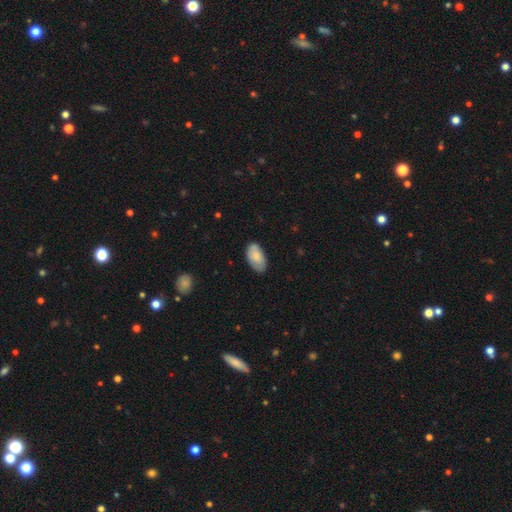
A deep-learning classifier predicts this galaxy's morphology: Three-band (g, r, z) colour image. It shows a smooth galaxy with no disk features (77%) that is in between round and cigar-shaped (95%). Merging: none (77%).